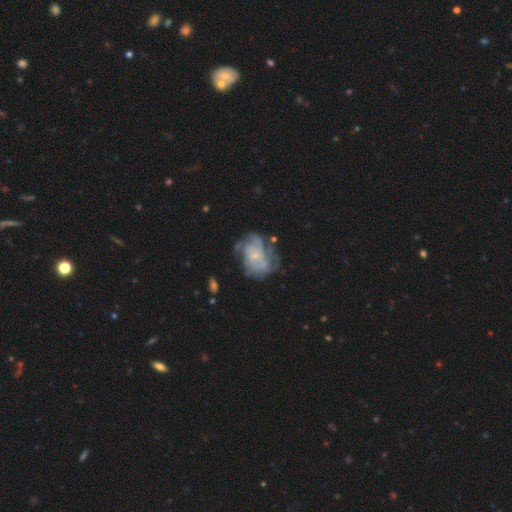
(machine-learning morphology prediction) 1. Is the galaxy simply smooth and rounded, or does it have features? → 74% featured or disk, 18% smooth, 7% star or artifact.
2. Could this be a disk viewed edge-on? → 98% no, 2% yes.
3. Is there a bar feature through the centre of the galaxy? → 69% no, 27% weak, 4% strong.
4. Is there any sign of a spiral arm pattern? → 82% yes, 18% no.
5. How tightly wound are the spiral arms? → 43% tight, 39% medium, 18% loose.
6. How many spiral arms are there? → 43% can't tell, 21% 2, 17% 3, 9% 4, 5% 1, 5% more than 4.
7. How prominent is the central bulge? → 62% small, 19% moderate, 15% none, 3% large, 1% dominant.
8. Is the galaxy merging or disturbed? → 49% none, 24% minor disturbance, 23% major disturbance, 4% merger.